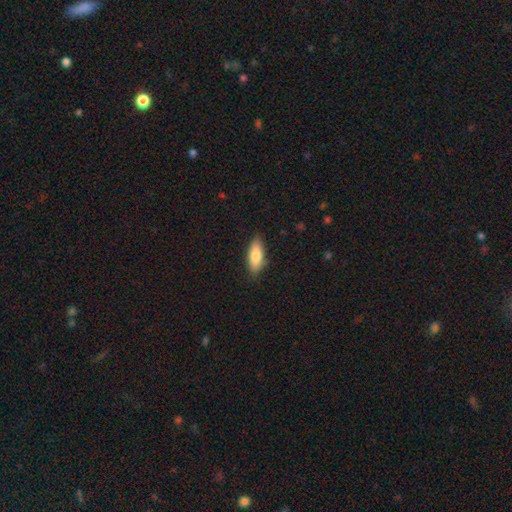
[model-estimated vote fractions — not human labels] A smooth galaxy with no disk features (80%) that is in between round and cigar-shaped (74%). Merging: none (84%).